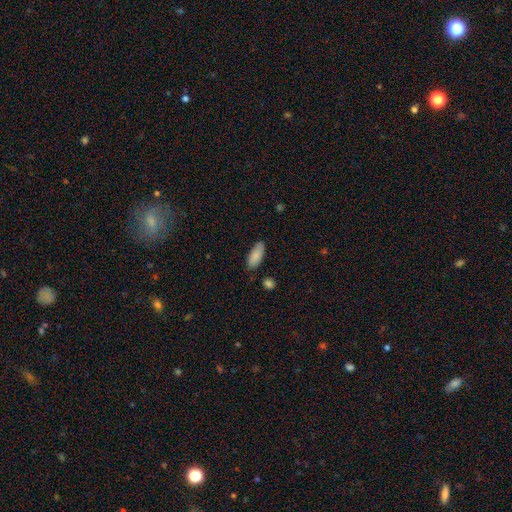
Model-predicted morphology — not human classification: A smooth galaxy with no disk features (87%) that is in between round and cigar-shaped (82%).

Vote fractions:
- Smooth or featured? smooth: 87% / featured or disk: 7% / star or artifact: 6%
- How rounded? in between: 82% / cigar-shaped: 16% / round: 2%
- Merging? none: 77% / minor disturbance: 17% / major disturbance: 3% / merger: 3%